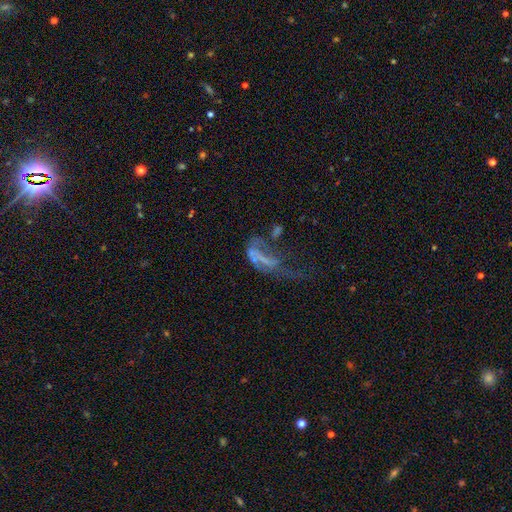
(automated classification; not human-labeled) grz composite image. It shows a featured or disk galaxy (53%). Merging: major disturbance (52%).